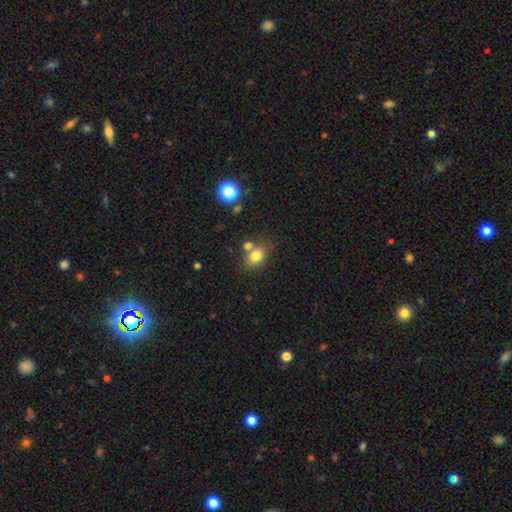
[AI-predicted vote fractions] A smooth galaxy with no disk features (79%) that is in between round and cigar-shaped (62%).

Vote fractions:
- Smooth or featured? smooth: 79% / star or artifact: 12% / featured or disk: 10%
- How rounded? in between: 62% / round: 36% / cigar-shaped: 1%
- Merging? none: 60% / merger: 21% / minor disturbance: 14% / major disturbance: 5%